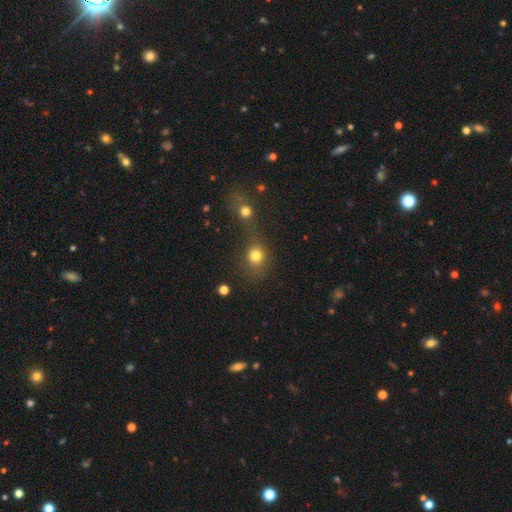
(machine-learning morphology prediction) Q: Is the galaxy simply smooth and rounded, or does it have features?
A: smooth — 78%.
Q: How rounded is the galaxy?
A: round — 81%.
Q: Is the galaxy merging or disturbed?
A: none — 51%.